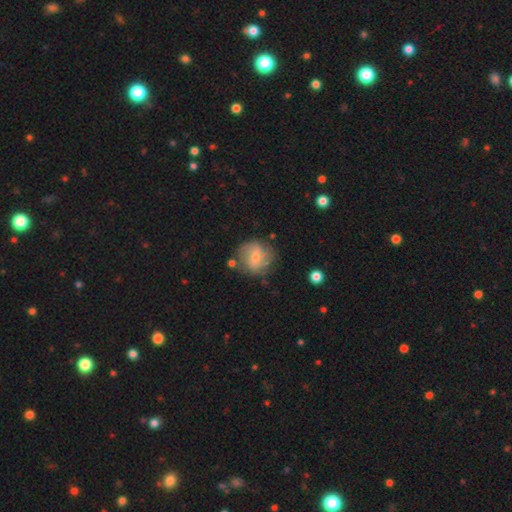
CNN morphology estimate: type=featured or disk (47%); merging=none (69%).